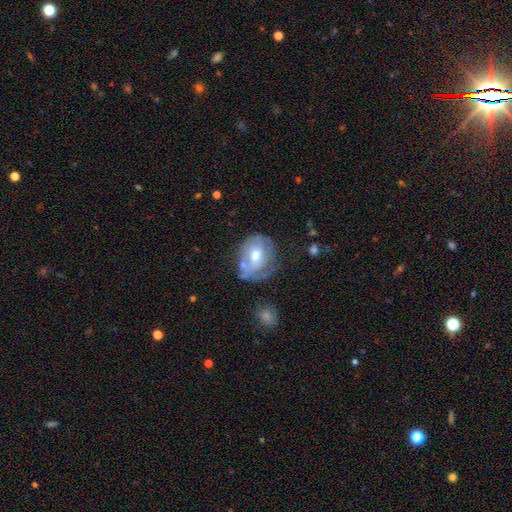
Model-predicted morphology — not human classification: This is possibly a featured or disk galaxy (50%). Merging: possibly none (48%).